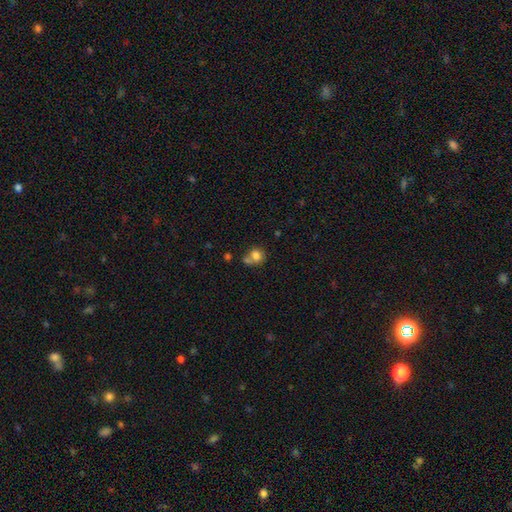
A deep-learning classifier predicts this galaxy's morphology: Smooth or featured? Predicted: smooth (p=0.79). How rounded? Predicted: round (p=0.77). Merging? Predicted: none (p=0.45).